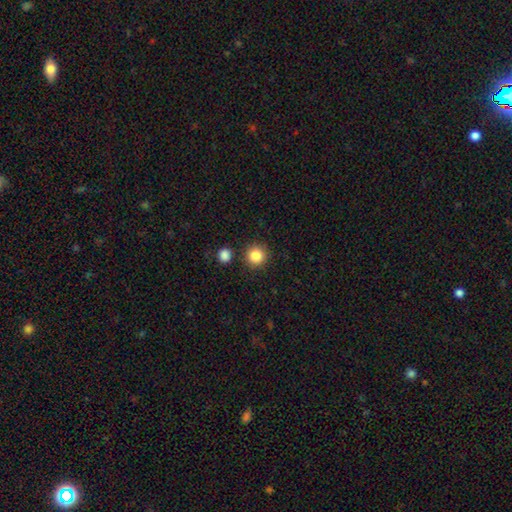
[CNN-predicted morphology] Smooth or featured? Predicted: smooth (p=0.86). How rounded? Predicted: round (p=0.94). Merging? Predicted: none (p=0.88).